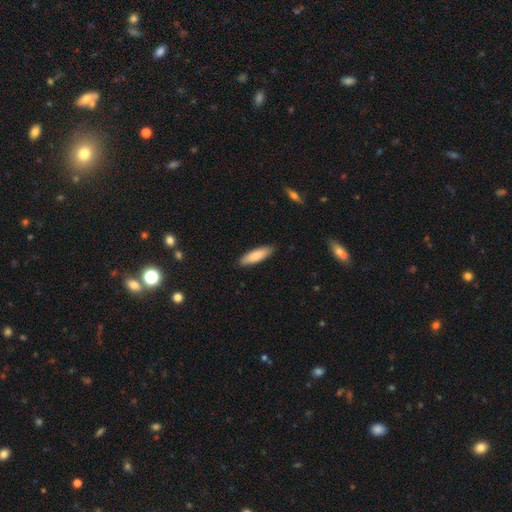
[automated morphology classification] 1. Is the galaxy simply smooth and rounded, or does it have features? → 83% smooth, 11% featured or disk, 5% star or artifact.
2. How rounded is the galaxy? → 53% cigar-shaped, 46% in between, 1% round.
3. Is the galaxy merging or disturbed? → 87% none, 10% minor disturbance, 2% major disturbance, 1% merger.